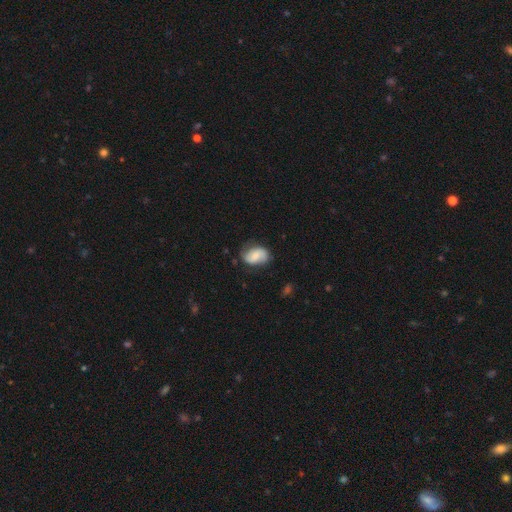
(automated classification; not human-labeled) Smooth or featured? smooth (48%)
Merging? none (67%)